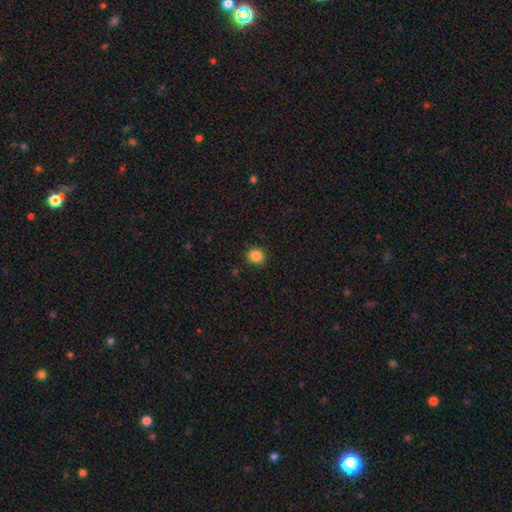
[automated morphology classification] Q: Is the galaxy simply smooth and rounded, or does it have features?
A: smooth — 86%.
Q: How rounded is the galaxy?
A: round — 82%.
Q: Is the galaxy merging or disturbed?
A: none — 87%.